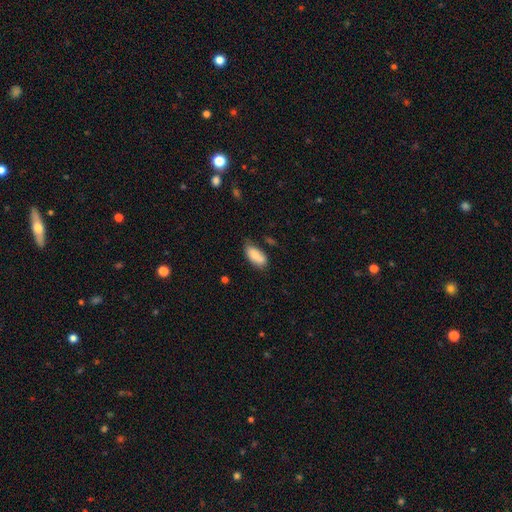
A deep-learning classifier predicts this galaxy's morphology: Smooth or featured? smooth (80%)
How rounded? in between (91%)
Merging? none (64%)